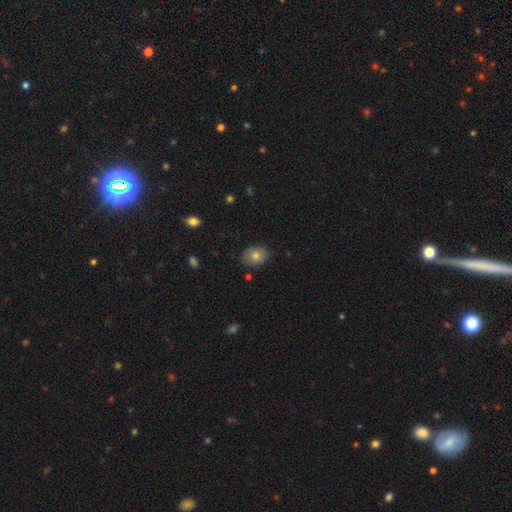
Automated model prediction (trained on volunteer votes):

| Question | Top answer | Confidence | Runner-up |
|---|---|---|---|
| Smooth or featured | smooth | 76% | featured or disk (15%) |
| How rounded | in between | 70% | round (29%) |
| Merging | none | 84% | minor disturbance (13%) |